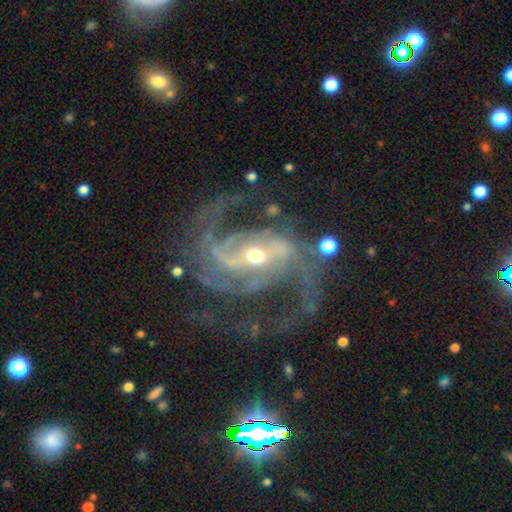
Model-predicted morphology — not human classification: Smooth or featured? Predicted: featured or disk (p=0.92). Edge-on disk? Predicted: no (p=0.98). Bar? Predicted: strong (p=0.48). Spiral arms? Predicted: yes (p=0.98). Spiral winding? Predicted: medium (p=0.60). Spiral arm count? Predicted: 2 (p=0.61). Bulge size? Predicted: small (p=0.50). Merging? Predicted: none (p=0.64).